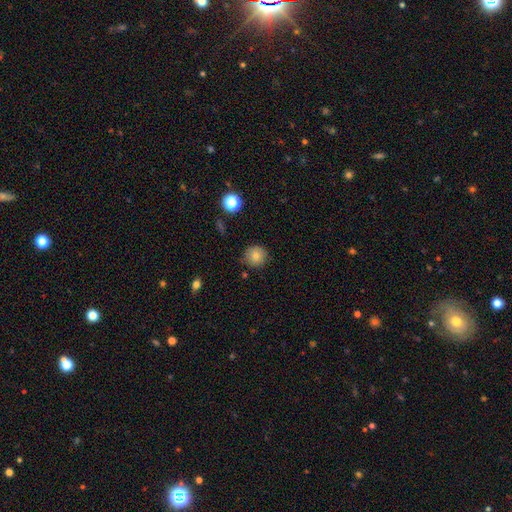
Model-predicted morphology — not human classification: Overall: smooth (82%). How rounded: round (93%). Merging: none (85%).